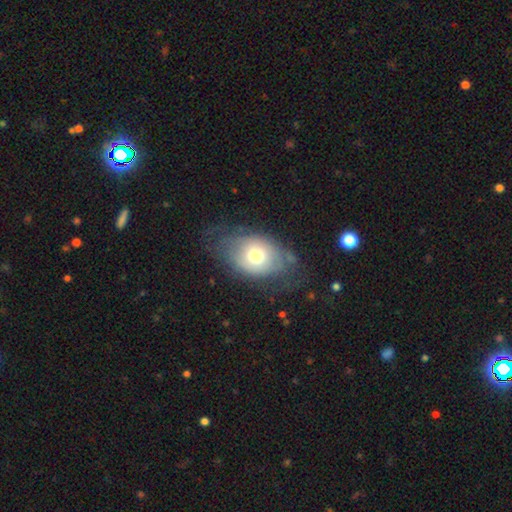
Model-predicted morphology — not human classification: Smooth or featured?
  - smooth: 57% *
  - featured or disk: 35%
  - star or artifact: 8%
How rounded?
  - in between: 80% *
  - round: 19%
  - cigar-shaped: 1%
Merging?
  - none: 55% *
  - minor disturbance: 27%
  - major disturbance: 16%
  - merger: 2%